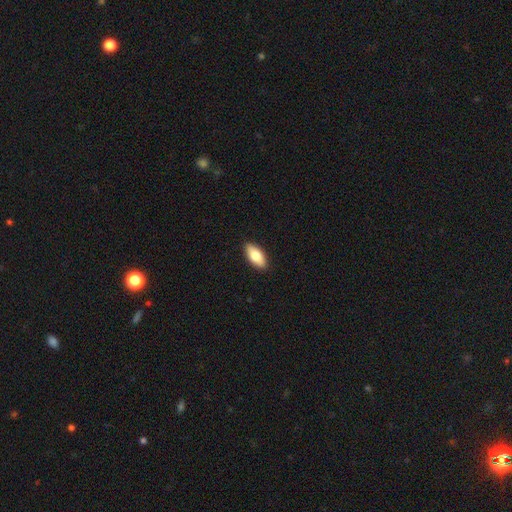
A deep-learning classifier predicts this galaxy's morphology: Smooth or featured? smooth (79%)
How rounded? in between (89%)
Merging? none (90%)